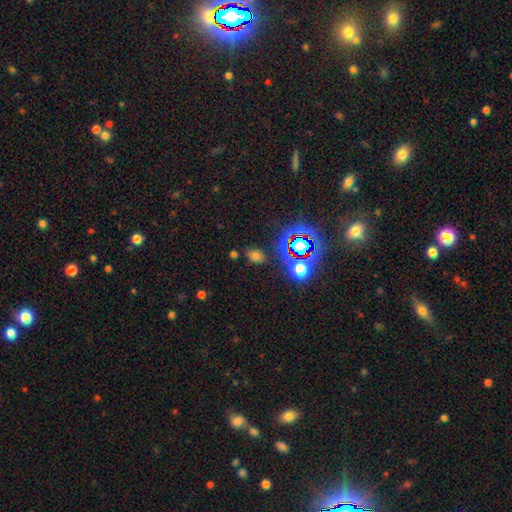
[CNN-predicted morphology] smooth 60%, star or artifact 33%, featured or disk 7%. Down the decision tree: how rounded — in between (66%); merging — none (79%).